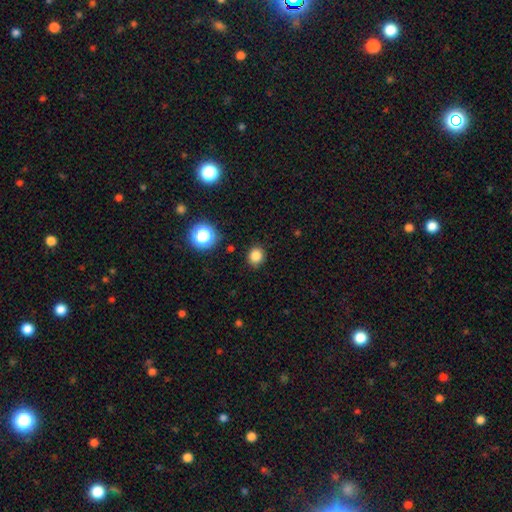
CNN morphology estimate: Smooth or featured: smooth — 83% (star or artifact — 13%)
How rounded: round — 77% (in between — 22%)
Merging: none — 88% (minor disturbance — 8%)